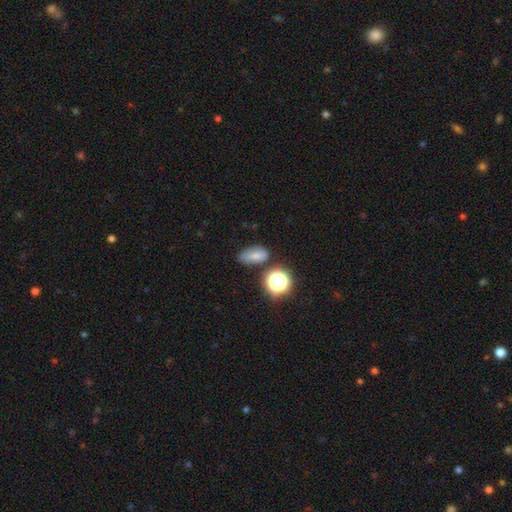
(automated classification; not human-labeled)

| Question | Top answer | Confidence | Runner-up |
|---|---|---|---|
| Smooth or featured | smooth | 65% | star or artifact (19%) |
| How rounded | in between | 79% | round (17%) |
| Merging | none | 64% | minor disturbance (22%) |